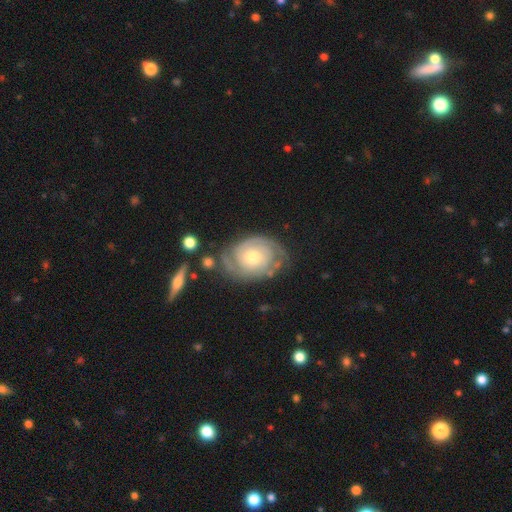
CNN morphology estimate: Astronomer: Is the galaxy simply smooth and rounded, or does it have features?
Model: featured or disk — 84%.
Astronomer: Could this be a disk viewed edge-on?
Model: no — 97%.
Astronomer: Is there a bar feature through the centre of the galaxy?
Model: no — 76%.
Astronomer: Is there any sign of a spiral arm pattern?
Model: yes — 95%.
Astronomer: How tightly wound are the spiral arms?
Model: tight — 70%.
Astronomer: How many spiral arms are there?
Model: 2 — 54%.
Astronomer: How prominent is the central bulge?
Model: moderate — 67%.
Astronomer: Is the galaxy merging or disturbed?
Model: none — 67%.